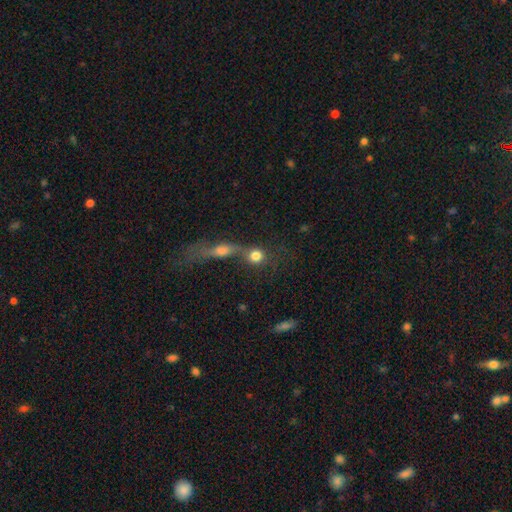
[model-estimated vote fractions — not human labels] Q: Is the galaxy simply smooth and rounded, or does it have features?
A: smooth — 78%.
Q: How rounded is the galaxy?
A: round — 84%.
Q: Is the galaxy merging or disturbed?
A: merger — 47%.